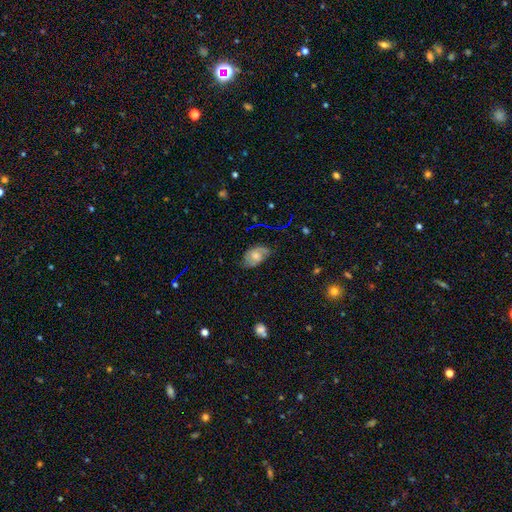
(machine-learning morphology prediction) The model was most divided on "smooth or featured": featured or disk: 47%, smooth: 43%, star or artifact: 10%. More confident: merging — none (63%).